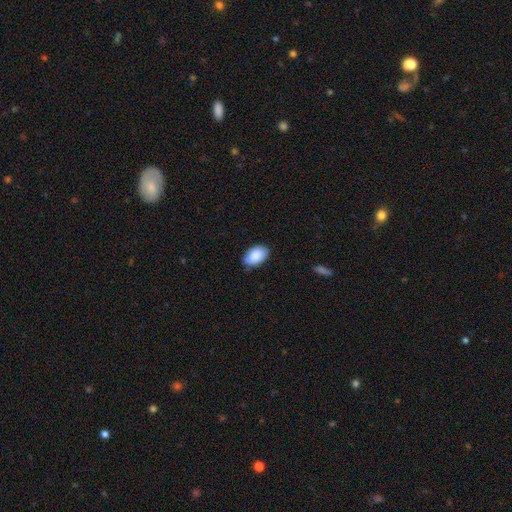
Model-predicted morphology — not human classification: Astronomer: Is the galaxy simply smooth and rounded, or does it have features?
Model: smooth — 88%.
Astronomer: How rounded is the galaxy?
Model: in between — 92%.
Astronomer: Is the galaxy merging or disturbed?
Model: none — 81%.